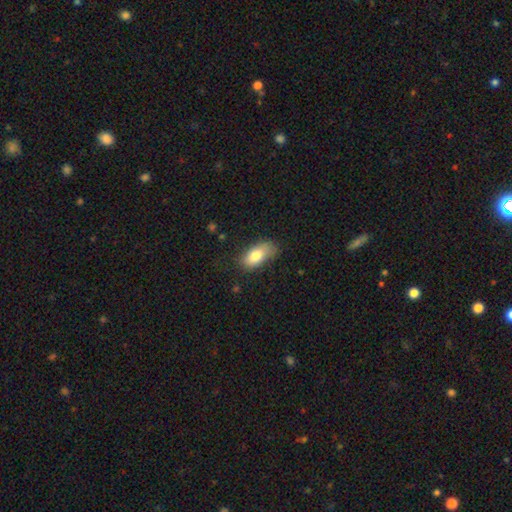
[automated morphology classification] Q: Smooth or featured?
A: smooth (79%); runner-up: featured or disk (13%)
Q: How rounded?
A: in between (90%); runner-up: cigar-shaped (6%)
Q: Merging?
A: none (66%); runner-up: minor disturbance (26%)